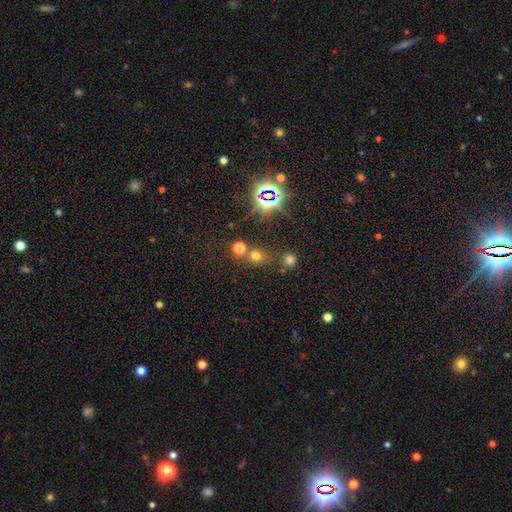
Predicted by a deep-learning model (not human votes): Smooth or featured?
  - smooth: 57% *
  - star or artifact: 34%
  - featured or disk: 9%
How rounded?
  - round: 70% *
  - in between: 28%
  - cigar-shaped: 2%
Merging?
  - none: 68% *
  - merger: 19%
  - minor disturbance: 9%
  - major disturbance: 4%